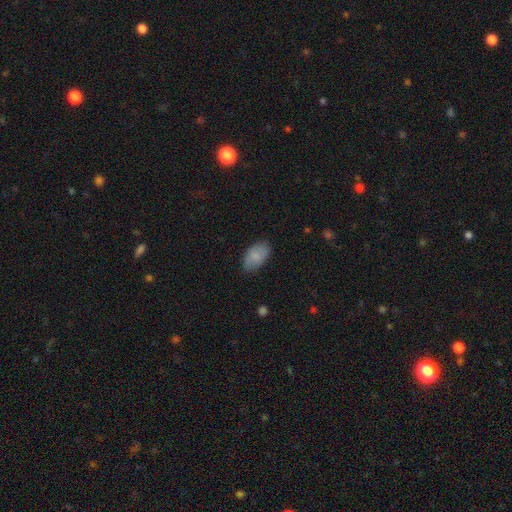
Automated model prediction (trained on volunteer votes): smooth_or_featured: smooth (p=0.84) [alt: featured or disk p=0.10]
how_rounded: in between (p=0.94) [alt: round p=0.04]
merging: none (p=0.79) [alt: minor disturbance p=0.16]